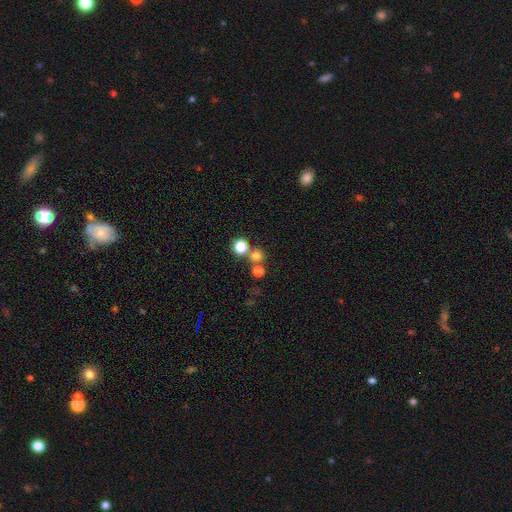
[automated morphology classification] smooth-or-featured: smooth: 73% | star or artifact: 20% | featured or disk: 7%
  how-rounded: round: 91% | in between: 8% | cigar-shaped: 1%
  merging: none: 67% | merger: 24% | minor disturbance: 6% | major disturbance: 3%